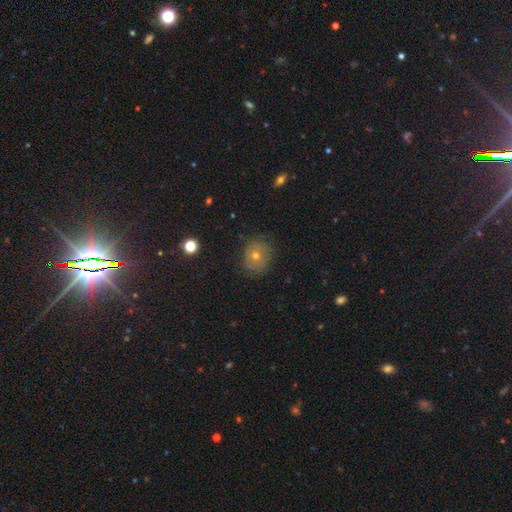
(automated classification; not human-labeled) This appears to be a smooth galaxy with no disk features (46%). Merging: none (79%).